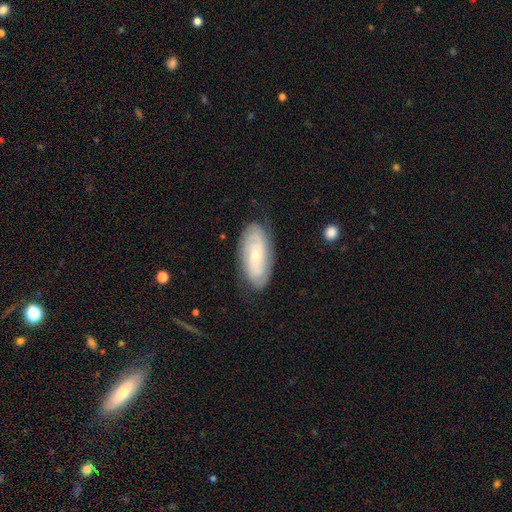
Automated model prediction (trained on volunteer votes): smooth_or_featured: featured or disk (p=0.66) [alt: smooth p=0.27]
disk_edge_on: no (p=0.92) [alt: yes p=0.08]
bar: no (p=0.69) [alt: weak p=0.24]
has_spiral_arms: yes (p=0.88) [alt: no p=0.12]
spiral_winding: tight (p=0.65) [alt: medium p=0.26]
spiral_arm_count: can't tell (p=0.42) [alt: 2 p=0.37]
bulge_size: small (p=0.73) [alt: moderate p=0.23]
merging: none (p=0.79) [alt: minor disturbance p=0.16]